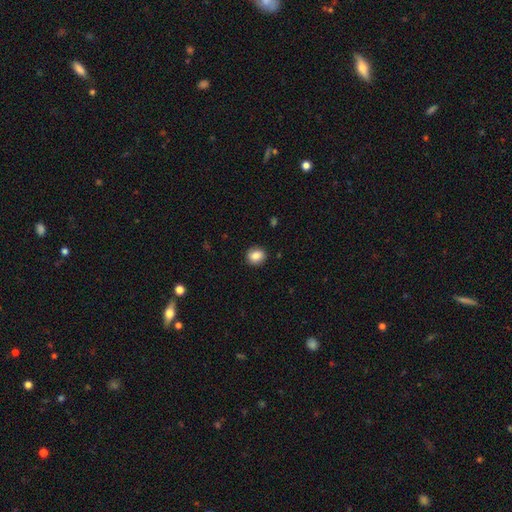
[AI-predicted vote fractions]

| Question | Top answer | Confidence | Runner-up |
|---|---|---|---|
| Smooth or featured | smooth | 84% | star or artifact (9%) |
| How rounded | round | 79% | in between (20%) |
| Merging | none | 89% | minor disturbance (8%) |